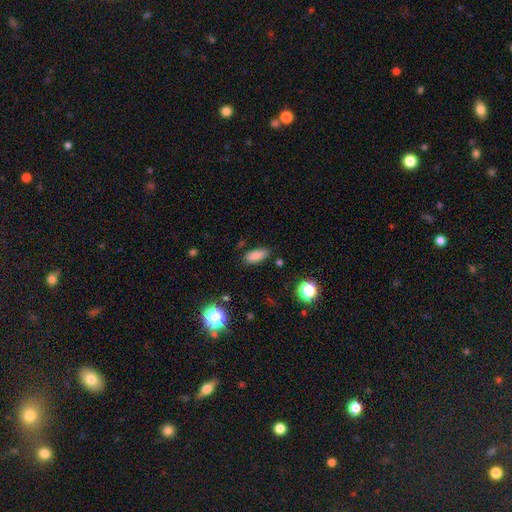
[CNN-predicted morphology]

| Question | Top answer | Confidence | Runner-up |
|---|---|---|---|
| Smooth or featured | smooth | 85% | star or artifact (11%) |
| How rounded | in between | 82% | cigar-shaped (15%) |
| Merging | none | 84% | minor disturbance (11%) |